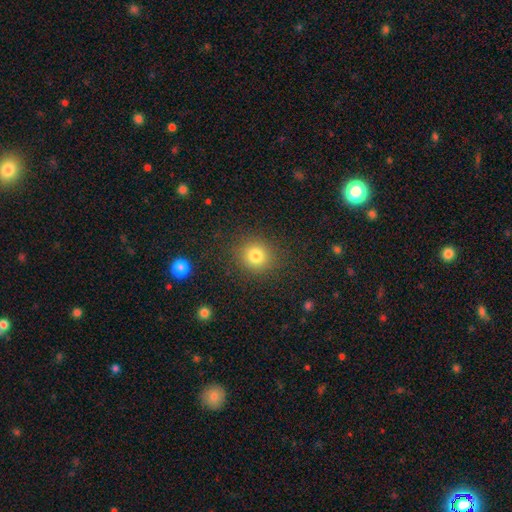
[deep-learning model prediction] Smooth or featured? Predicted: smooth (p=0.79). How rounded? Predicted: round (p=0.85). Merging? Predicted: none (p=0.87).